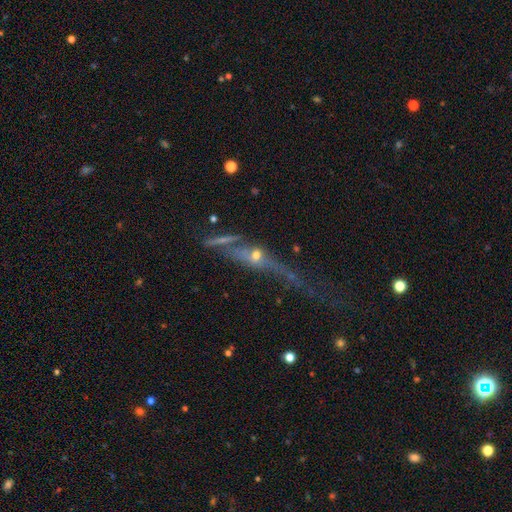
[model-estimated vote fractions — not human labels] A featured or disk galaxy (59%) viewed edge-on (64%). Merging: none (41%).